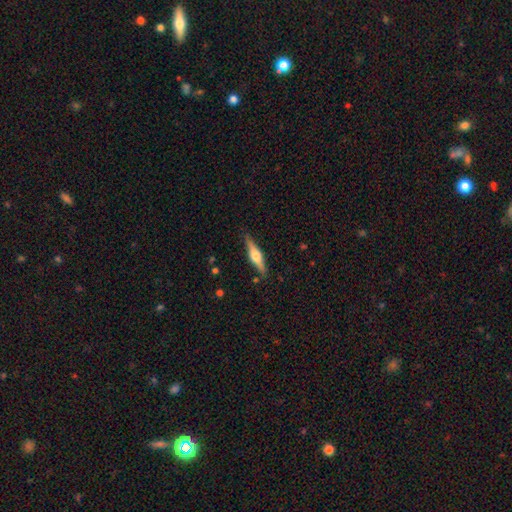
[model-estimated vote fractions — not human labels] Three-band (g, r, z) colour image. It shows a featured or disk galaxy (65%) viewed edge-on (97%) with a rounded central bulge (93%). Merging: none (87%).